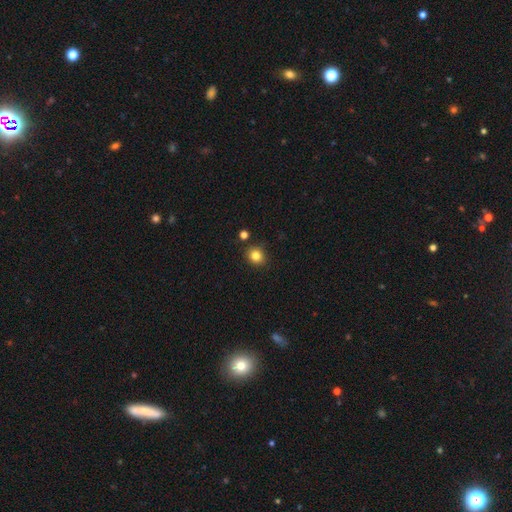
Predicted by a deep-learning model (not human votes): smooth-or-featured: smooth: 83% | star or artifact: 11% | featured or disk: 5%
  how-rounded: round: 76% | in between: 23% | cigar-shaped: 1%
  merging: none: 86% | minor disturbance: 9% | merger: 3% | major disturbance: 2%